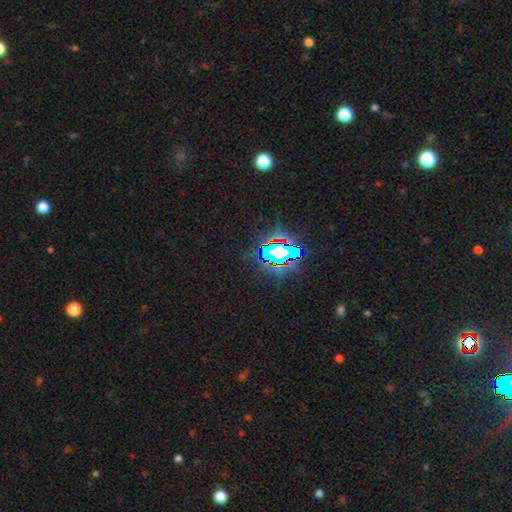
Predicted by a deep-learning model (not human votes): The model was most divided on "smooth or featured": star or artifact: 76%, smooth: 15%, featured or disk: 10%.